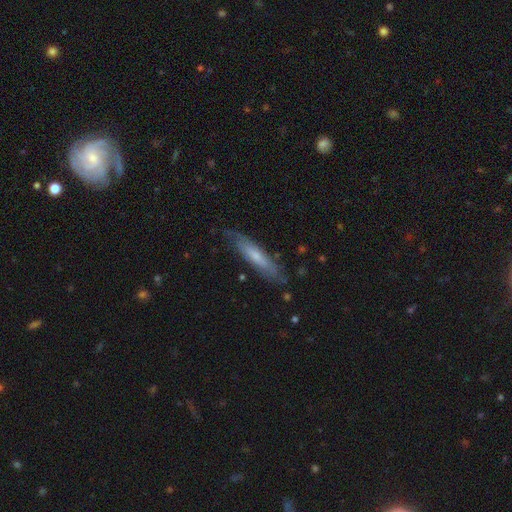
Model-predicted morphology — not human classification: The model was most divided on "smooth or featured" (2-way tie): smooth: 47%, featured or disk: 47%, star or artifact: 6%. More confident: merging — none (78%).